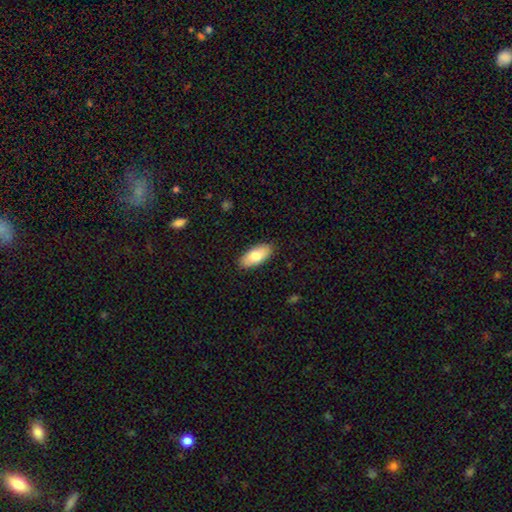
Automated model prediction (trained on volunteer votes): The model was most divided on "smooth or featured": smooth: 80%, featured or disk: 15%, star or artifact: 6%. More confident: how rounded — in between (90%); merging — none (89%).